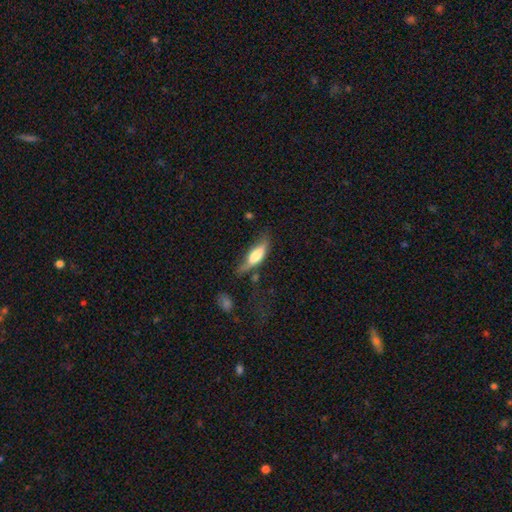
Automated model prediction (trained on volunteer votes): This appears to be a smooth galaxy with no disk features (67%) that is in between round and cigar-shaped (56%). Merging: none (43%).